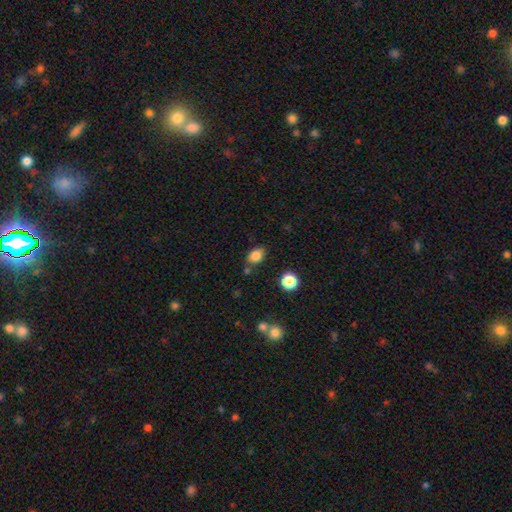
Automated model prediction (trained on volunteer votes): This appears to be a smooth galaxy with no disk features (83%) that is in between round and cigar-shaped (74%). Merging: none (74%).